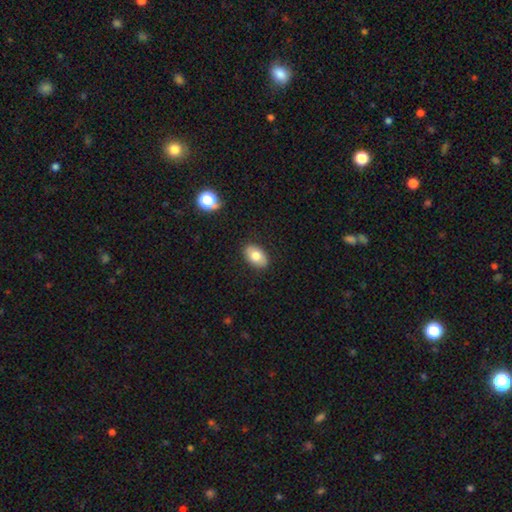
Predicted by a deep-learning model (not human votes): Overall: smooth (77%). How rounded: in between (90%). Merging: none (87%).